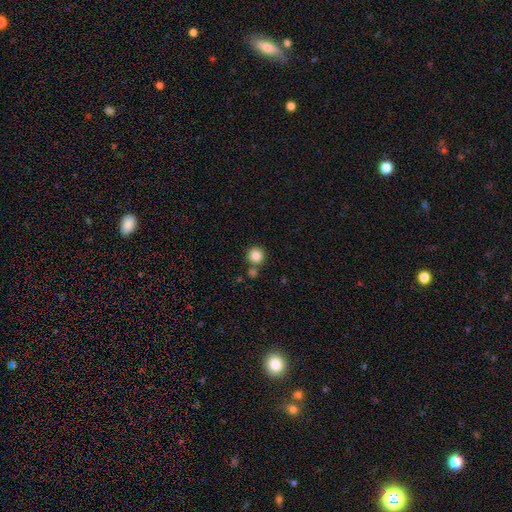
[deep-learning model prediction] smooth_or_featured: smooth (p=0.85) [alt: star or artifact p=0.10]
how_rounded: round (p=0.94) [alt: in between p=0.05]
merging: none (p=0.76) [alt: merger p=0.14]